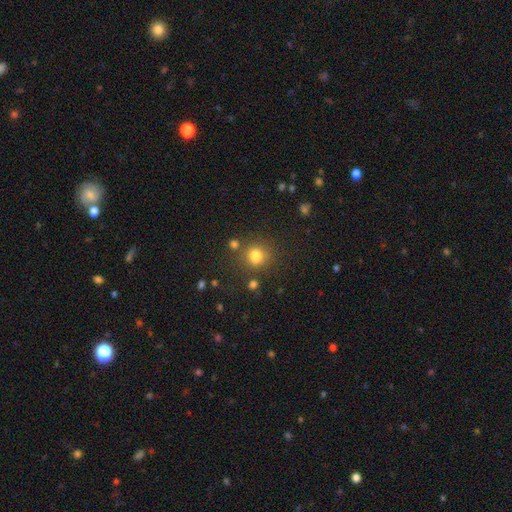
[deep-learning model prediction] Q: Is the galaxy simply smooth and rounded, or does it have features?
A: smooth — 79%.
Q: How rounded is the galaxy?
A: round — 85%.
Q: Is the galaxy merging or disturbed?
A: none — 75%.